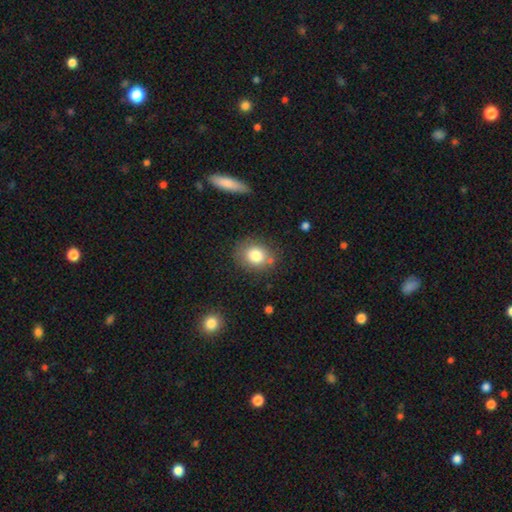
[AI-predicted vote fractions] This is clearly a smooth galaxy (80%). How rounded: likely round (61%). Merging: likely none (76%).